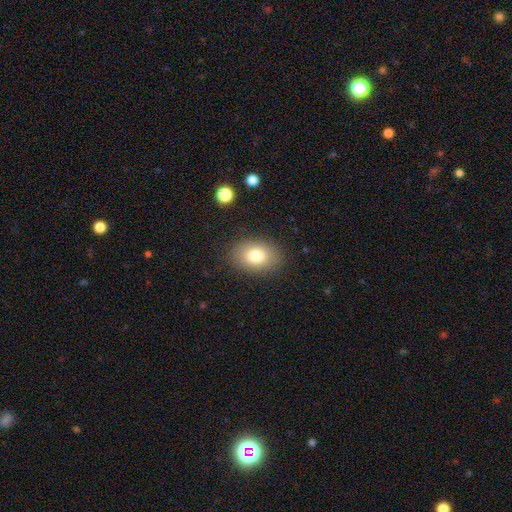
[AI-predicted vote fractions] This is clearly a smooth galaxy (81%). How rounded: likely in between (75%). Merging: clearly none (86%).